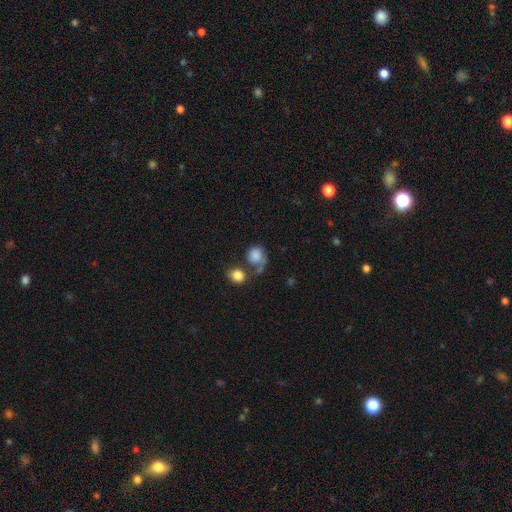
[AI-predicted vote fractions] Q: Smooth or featured?
A: smooth (81%); runner-up: featured or disk (11%)
Q: How rounded?
A: round (74%); runner-up: in between (25%)
Q: Merging?
A: none (36%); runner-up: merger (31%)